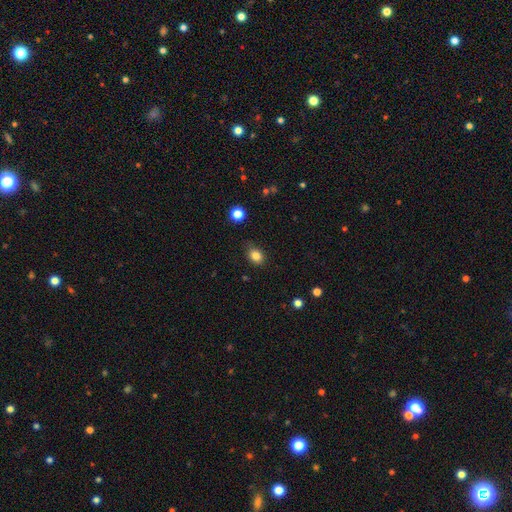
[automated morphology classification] This is clearly a smooth galaxy (84%). How rounded: possibly in between (56%). Merging: clearly none (80%).